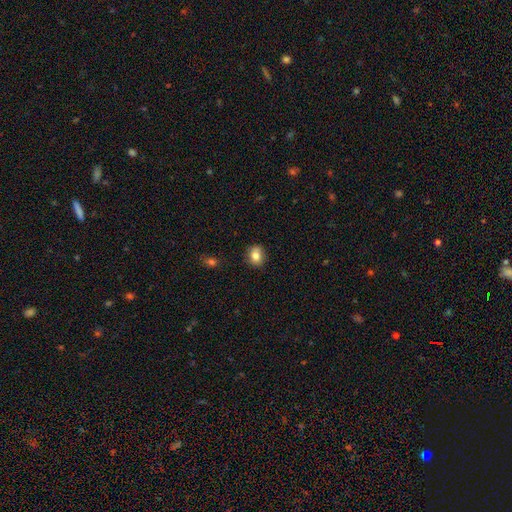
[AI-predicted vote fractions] Smooth or featured?
  - smooth: 82% *
  - star or artifact: 10%
  - featured or disk: 9%
How rounded?
  - round: 63% *
  - in between: 36%
  - cigar-shaped: 1%
Merging?
  - none: 85% *
  - minor disturbance: 11%
  - major disturbance: 2%
  - merger: 2%